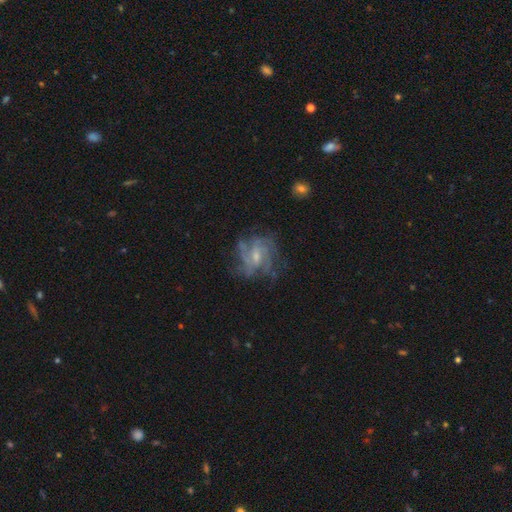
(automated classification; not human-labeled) smooth-or-featured: featured or disk: 82% | smooth: 10% | star or artifact: 8%
  disk-edge-on: no: 97% | yes: 3%
    bar: weak: 47% | no: 44% | strong: 9%
    has-spiral-arms: yes: 92% | no: 8%
      spiral-winding: medium: 44% | tight: 37% | loose: 19%
      spiral-arm-count: can't tell: 28% | 4: 27% | 3: 20% | 2: 11% | more than 4: 8% | 1: 6%
    bulge-size: small: 52% | moderate: 40% | none: 5% | large: 2% | dominant: 1%
  merging: none: 63% | minor disturbance: 19% | major disturbance: 16% | merger: 2%